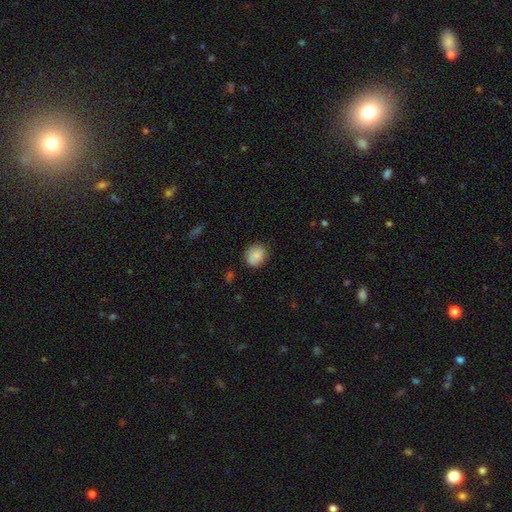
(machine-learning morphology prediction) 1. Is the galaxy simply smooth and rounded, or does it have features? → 86% smooth, 8% star or artifact, 6% featured or disk.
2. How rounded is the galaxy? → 65% round, 34% in between, 1% cigar-shaped.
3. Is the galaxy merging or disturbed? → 78% none, 17% minor disturbance, 3% major disturbance, 2% merger.